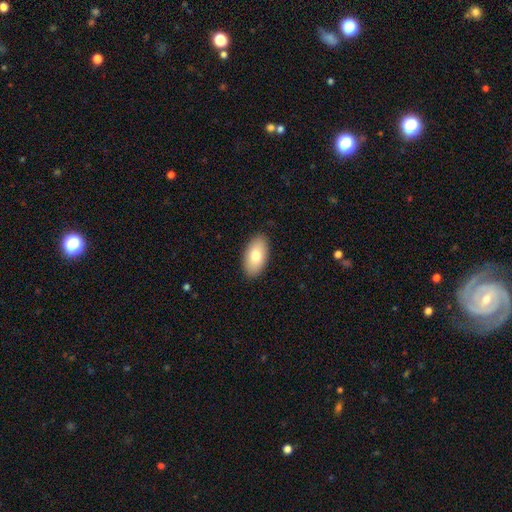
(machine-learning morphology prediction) type=smooth (79%); roundness=in between (95%); merging=none (89%).